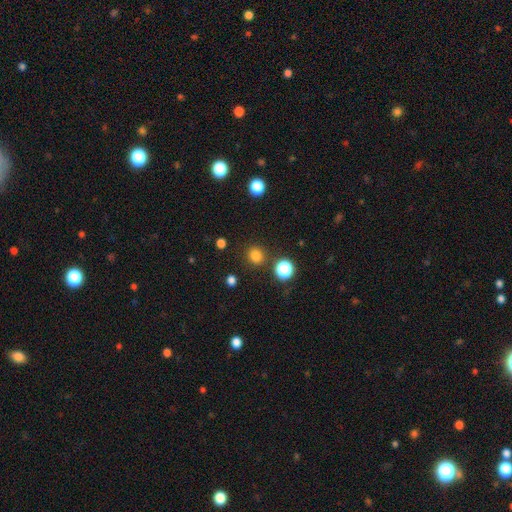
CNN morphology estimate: Smooth or featured? Predicted: smooth (p=0.79). How rounded? Predicted: round (p=0.88). Merging? Predicted: none (p=0.88).